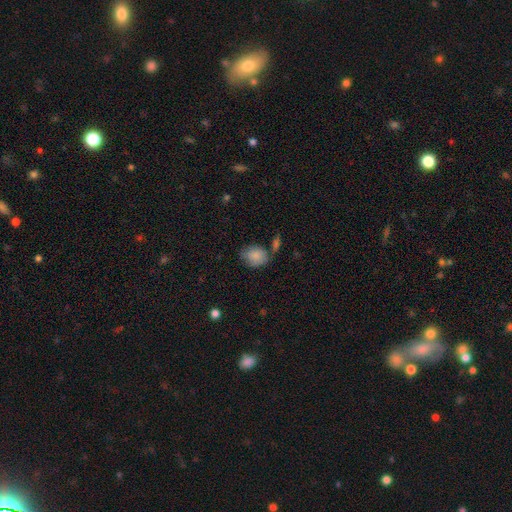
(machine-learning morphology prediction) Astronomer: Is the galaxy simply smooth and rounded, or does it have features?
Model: smooth — 85%.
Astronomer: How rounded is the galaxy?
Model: in between — 56% (runner-up: round, 43%).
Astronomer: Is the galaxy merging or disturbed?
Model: none — 58%.